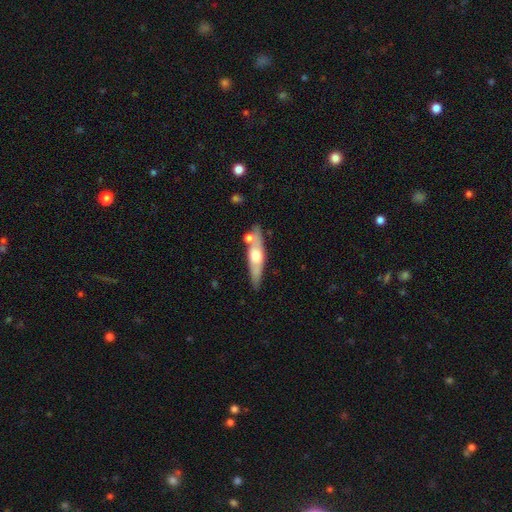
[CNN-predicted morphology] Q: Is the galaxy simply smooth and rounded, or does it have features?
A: featured or disk — 56%.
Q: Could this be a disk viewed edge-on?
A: yes — 87%.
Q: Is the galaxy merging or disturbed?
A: none — 72%.